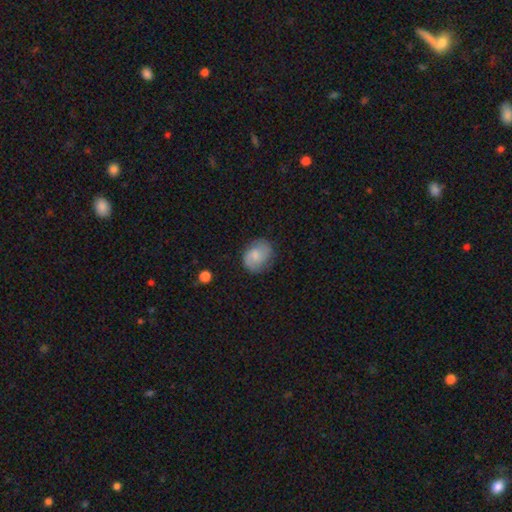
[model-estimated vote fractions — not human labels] This appears to be a smooth galaxy with no disk features (65%) that is round (52%). Merging: none (74%).